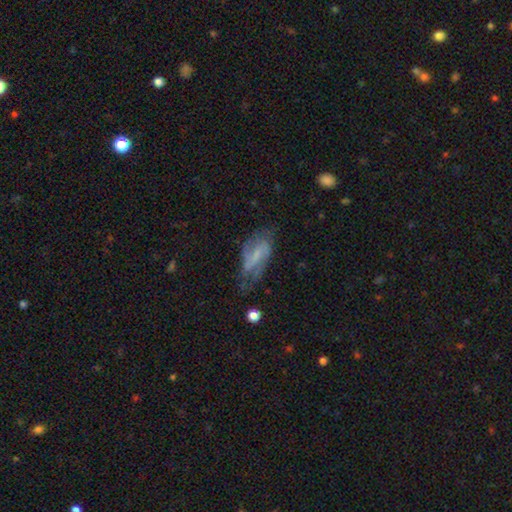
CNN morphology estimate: smooth-or-featured: featured or disk: 66% | smooth: 25% | star or artifact: 9%
  disk-edge-on: no: 93% | yes: 7%
    bar: weak: 44% | strong: 31% | no: 26%
    has-spiral-arms: yes: 82% | no: 18%
      spiral-winding: medium: 41% | loose: 37% | tight: 22%
      spiral-arm-count: 2: 72% | can't tell: 17% | 1: 5% | 3: 4% | 4: 2% | more than 4: 1%
    bulge-size: small: 46% | none: 37% | moderate: 15% | large: 2% | dominant: 1%
  merging: none: 52% | minor disturbance: 27% | major disturbance: 18% | merger: 3%